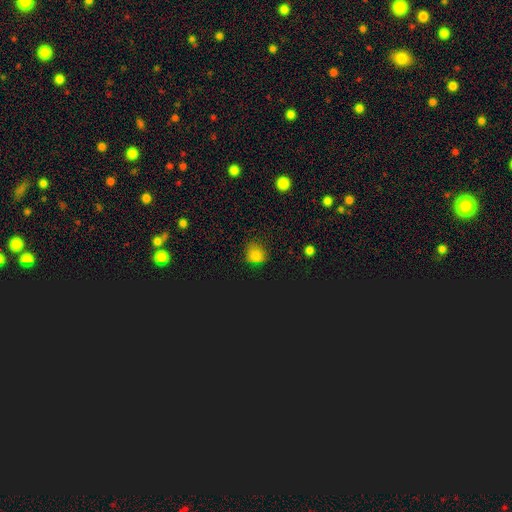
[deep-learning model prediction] Overall: smooth (69%). How rounded: round (74%). Merging: none (71%).